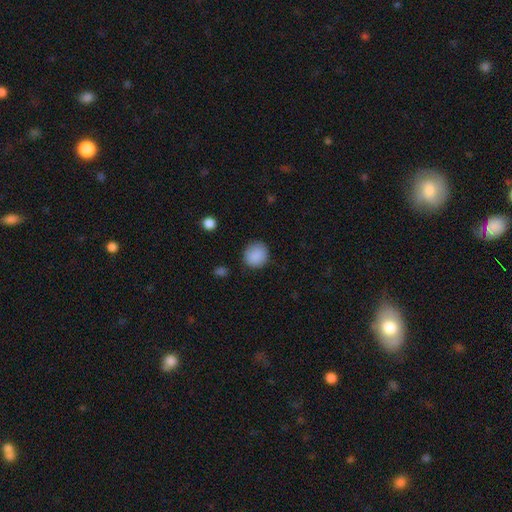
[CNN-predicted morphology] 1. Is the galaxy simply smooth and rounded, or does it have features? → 88% smooth, 8% star or artifact, 4% featured or disk.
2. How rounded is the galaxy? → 84% round, 15% in between, 1% cigar-shaped.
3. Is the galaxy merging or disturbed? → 84% none, 11% minor disturbance, 3% major disturbance, 1% merger.